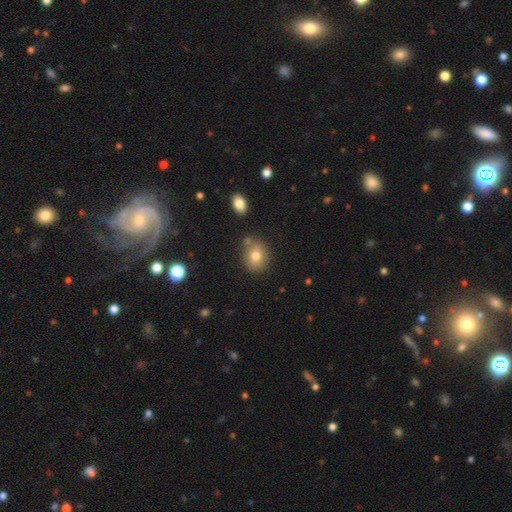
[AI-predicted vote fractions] Smooth or featured? smooth (78%)
How rounded? round (62%)
Merging? none (72%)